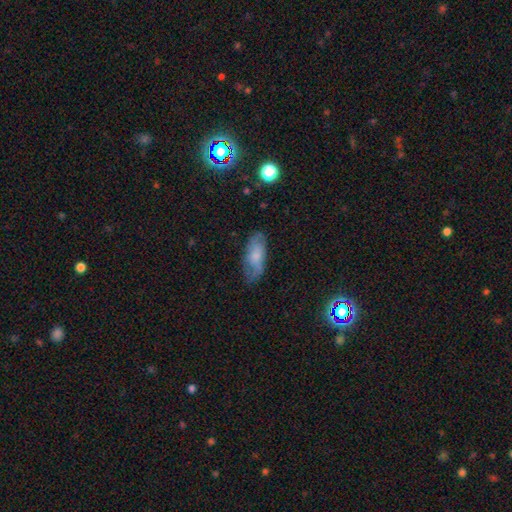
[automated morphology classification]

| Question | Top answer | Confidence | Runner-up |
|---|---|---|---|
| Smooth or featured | smooth | 57% | featured or disk (34%) |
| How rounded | in between | 79% | cigar-shaped (18%) |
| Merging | none | 65% | minor disturbance (25%) |